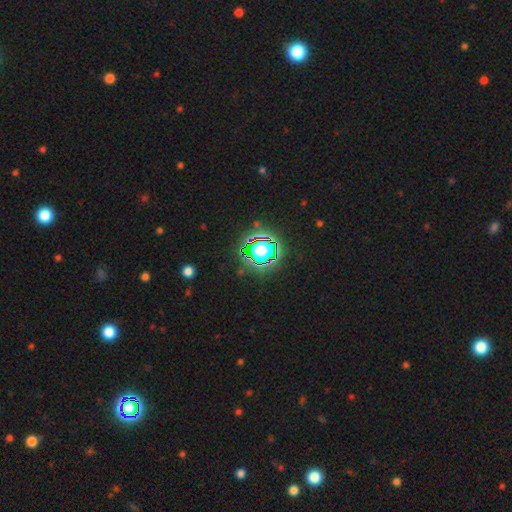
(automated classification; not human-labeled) This appears to be a star or artifact, not a galaxy (76%).